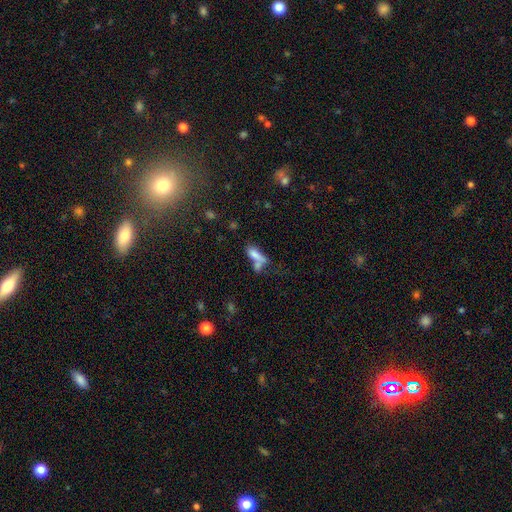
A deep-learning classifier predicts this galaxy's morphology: Smooth or featured: smooth — 72% (featured or disk — 18%)
How rounded: in between — 62% (cigar-shaped — 34%)
Merging: merger — 48% (none — 29%)